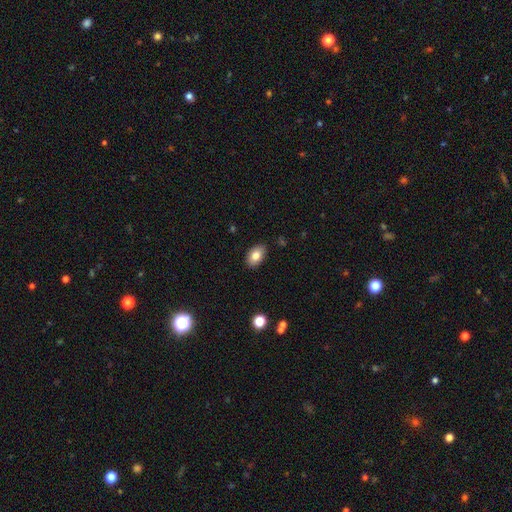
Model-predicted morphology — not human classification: Smooth or featured?
  - smooth: 81% *
  - featured or disk: 11%
  - star or artifact: 8%
How rounded?
  - in between: 90% *
  - round: 9%
  - cigar-shaped: 1%
Merging?
  - none: 87% *
  - minor disturbance: 10%
  - major disturbance: 2%
  - merger: 1%